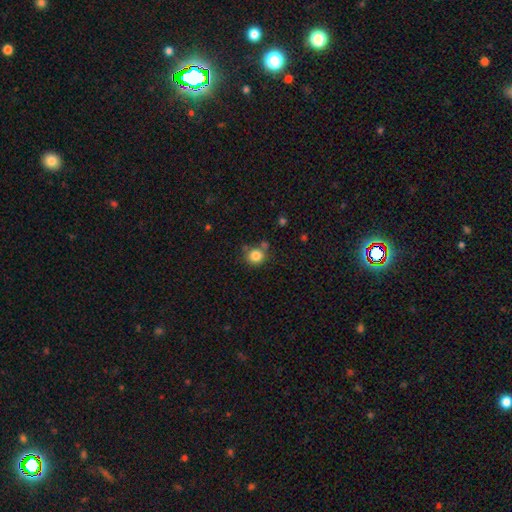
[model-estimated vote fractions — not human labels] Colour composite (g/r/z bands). It shows a smooth galaxy with no disk features (83%) that is round (88%). Merging: none (73%).